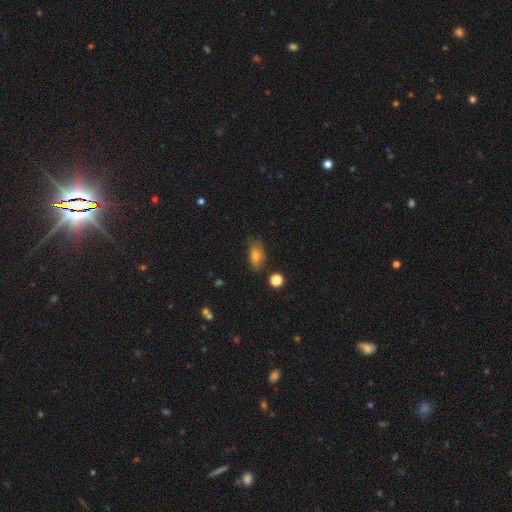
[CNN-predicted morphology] Smooth or featured?
  - smooth: 70% *
  - featured or disk: 17%
  - star or artifact: 13%
How rounded?
  - in between: 85% *
  - round: 9%
  - cigar-shaped: 6%
Merging?
  - none: 67% *
  - minor disturbance: 23%
  - major disturbance: 7%
  - merger: 3%